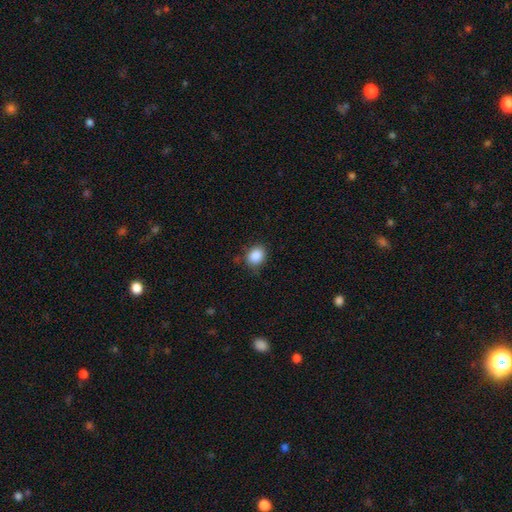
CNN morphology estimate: type=smooth (87%); roundness=round (54%); merging=none (78%).